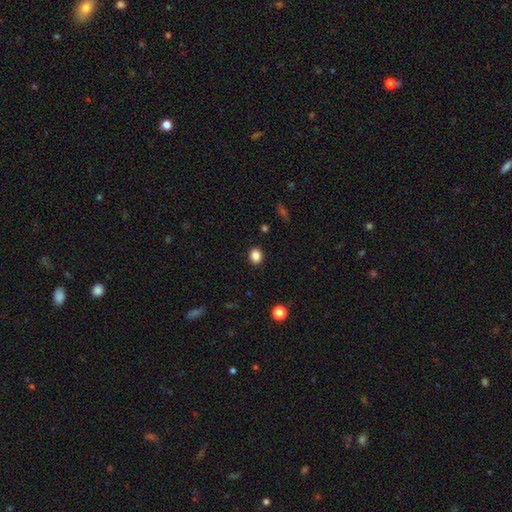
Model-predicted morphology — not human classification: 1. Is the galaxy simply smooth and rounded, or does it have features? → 86% smooth, 10% star or artifact, 4% featured or disk.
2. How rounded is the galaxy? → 56% round, 43% in between, 1% cigar-shaped.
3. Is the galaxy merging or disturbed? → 90% none, 7% minor disturbance, 2% major disturbance, 1% merger.